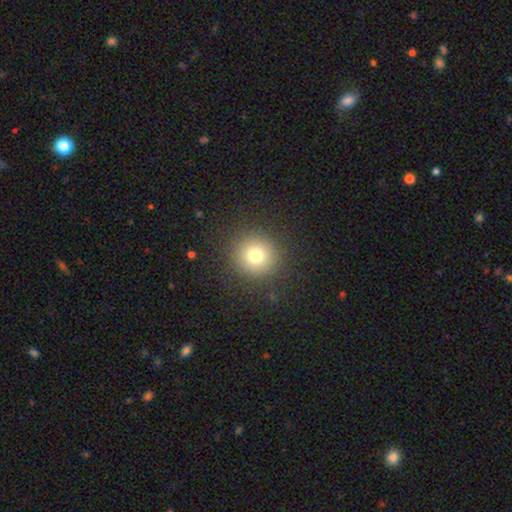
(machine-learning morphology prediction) Smooth or featured: smooth — 75% (star or artifact — 15%)
How rounded: round — 94% (in between — 5%)
Merging: none — 89% (minor disturbance — 6%)